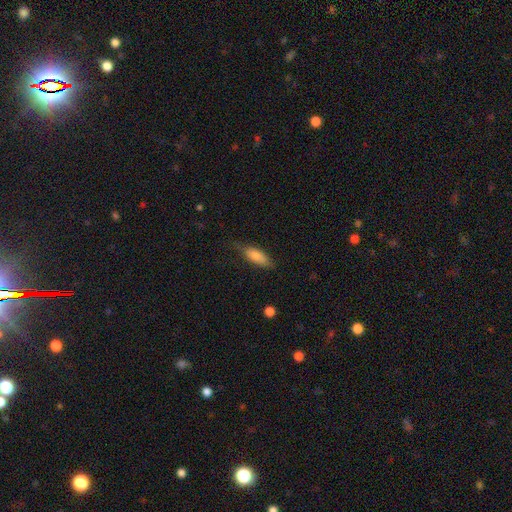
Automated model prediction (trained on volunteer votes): The model was most divided on "how rounded": in between: 63%, cigar-shaped: 34%, round: 2%. More confident: smooth or featured — smooth (75%); merging — none (66%).